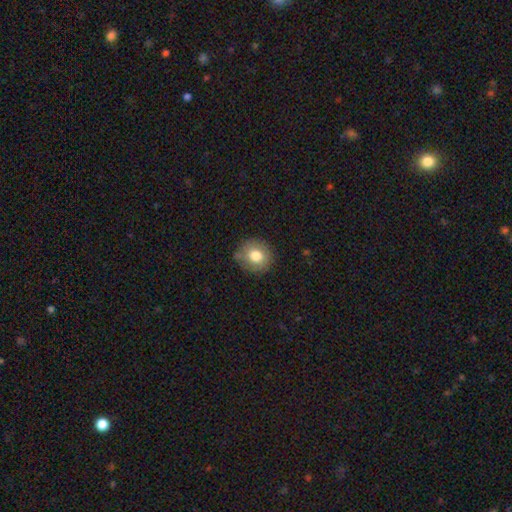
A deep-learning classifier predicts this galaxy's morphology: A smooth galaxy with no disk features (79%) that is round (87%).

Vote fractions:
- Smooth or featured? smooth: 79% / featured or disk: 12% / star or artifact: 10%
- How rounded? round: 87% / in between: 12% / cigar-shaped: 1%
- Merging? none: 81% / minor disturbance: 13% / major disturbance: 3% / merger: 2%